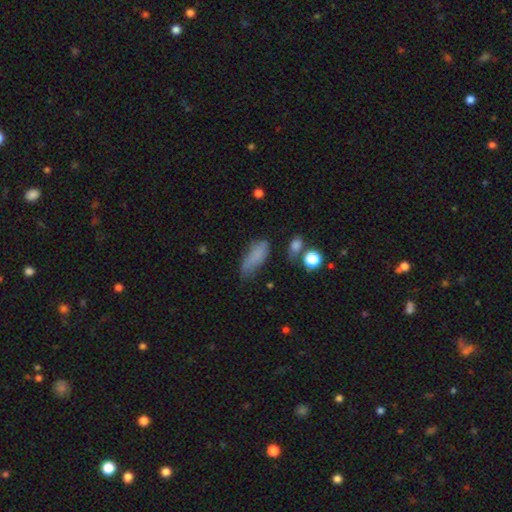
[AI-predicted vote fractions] Q: Smooth or featured?
A: smooth (77%); runner-up: featured or disk (12%)
Q: How rounded?
A: in between (66%); runner-up: cigar-shaped (31%)
Q: Merging?
A: none (48%); runner-up: minor disturbance (32%)